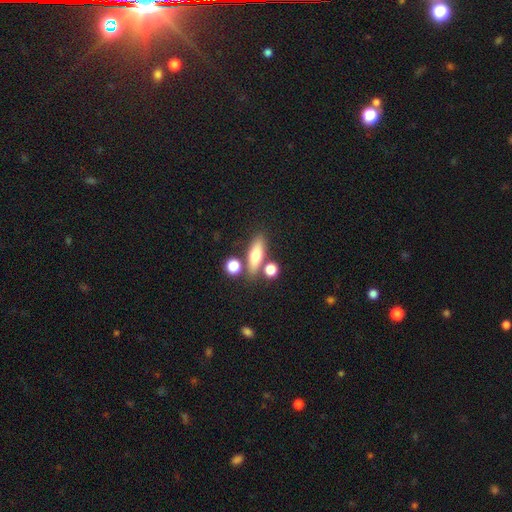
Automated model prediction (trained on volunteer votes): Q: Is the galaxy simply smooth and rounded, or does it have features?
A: smooth — 67%.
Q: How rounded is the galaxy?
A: in between — 50%.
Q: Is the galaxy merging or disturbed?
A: none — 71%.